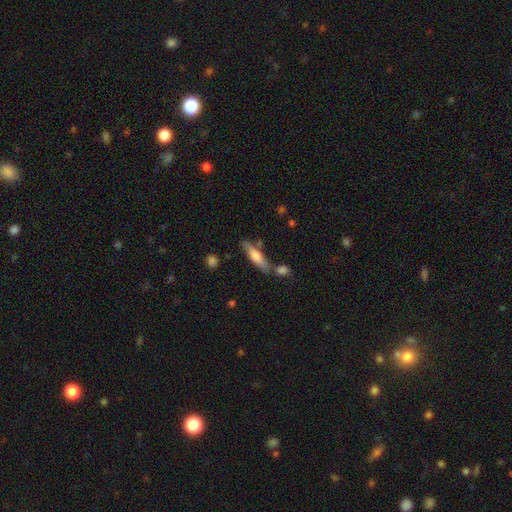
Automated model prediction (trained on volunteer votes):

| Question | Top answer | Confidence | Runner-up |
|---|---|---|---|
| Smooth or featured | smooth | 58% | featured or disk (36%) |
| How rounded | cigar-shaped | 71% | in between (27%) |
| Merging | none | 66% | minor disturbance (16%) |